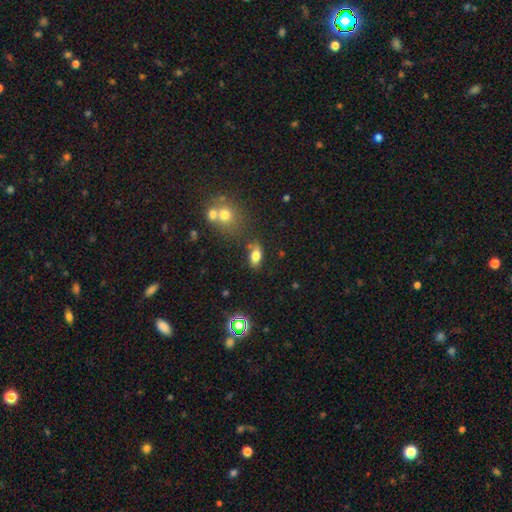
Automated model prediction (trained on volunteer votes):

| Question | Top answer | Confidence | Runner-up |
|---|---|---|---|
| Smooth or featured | smooth | 77% | featured or disk (12%) |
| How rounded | in between | 85% | round (9%) |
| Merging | none | 71% | minor disturbance (16%) |